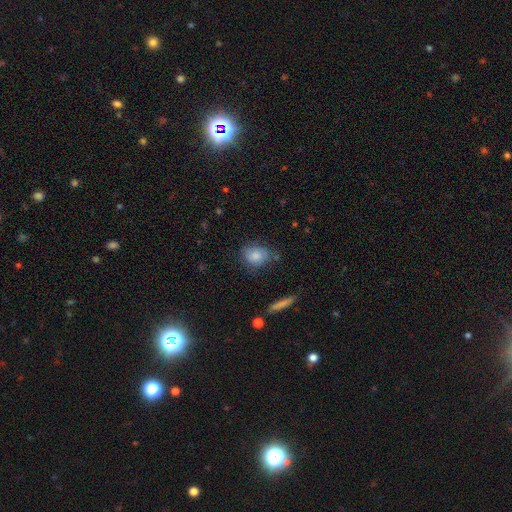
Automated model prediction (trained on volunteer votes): smooth_or_featured: smooth (p=0.84) [alt: featured or disk p=0.09]
how_rounded: in between (p=0.55) [alt: round p=0.43]
merging: none (p=0.63) [alt: minor disturbance p=0.25]